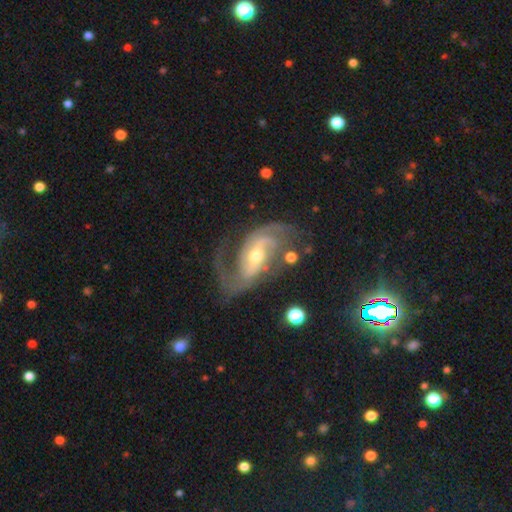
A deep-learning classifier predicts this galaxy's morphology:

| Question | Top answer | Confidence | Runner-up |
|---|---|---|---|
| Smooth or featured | featured or disk | 90% | star or artifact (5%) |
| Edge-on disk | no | 97% | yes (3%) |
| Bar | weak | 42% | strong (30%) |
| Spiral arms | yes | 97% | no (3%) |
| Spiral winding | medium | 50% | loose (28%) |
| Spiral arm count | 2 | 73% | 3 (10%) |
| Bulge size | moderate | 55% | small (40%) |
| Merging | none | 59% | minor disturbance (19%) |